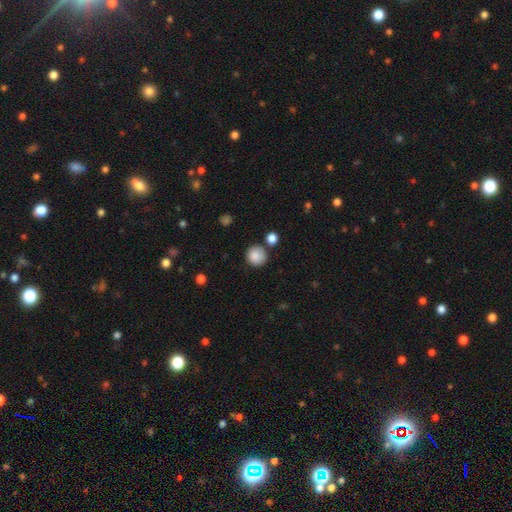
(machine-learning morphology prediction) A smooth galaxy with no disk features (87%) that is round (93%). Merging: none (81%).